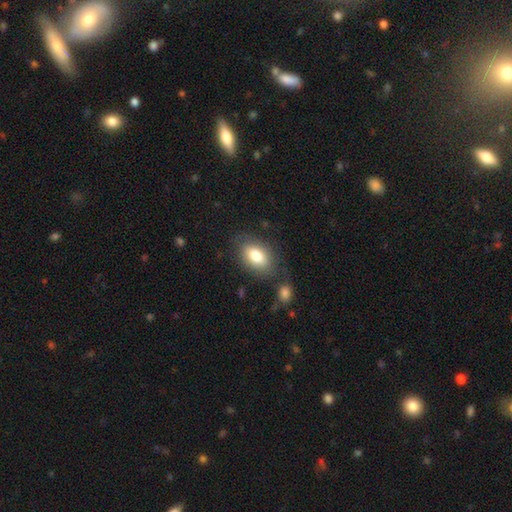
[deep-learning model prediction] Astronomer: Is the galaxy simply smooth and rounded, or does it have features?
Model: smooth — 80%.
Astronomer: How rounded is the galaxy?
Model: in between — 87%.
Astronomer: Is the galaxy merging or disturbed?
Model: none — 75%.